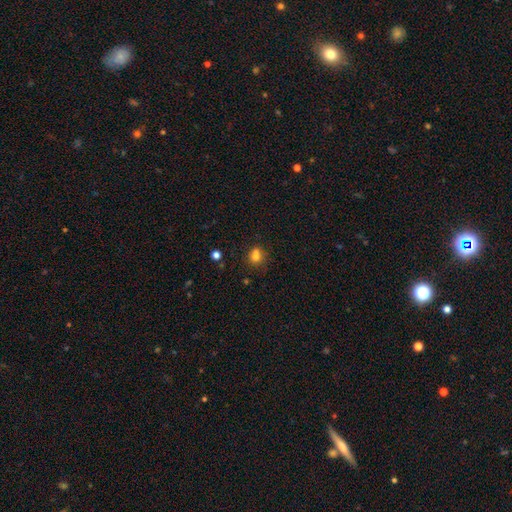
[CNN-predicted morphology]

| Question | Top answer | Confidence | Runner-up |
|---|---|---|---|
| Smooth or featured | smooth | 76% | star or artifact (14%) |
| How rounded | round | 57% | in between (41%) |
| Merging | none | 51% | merger (26%) |